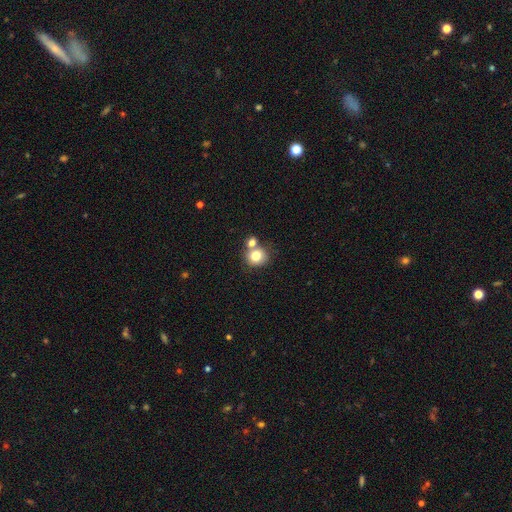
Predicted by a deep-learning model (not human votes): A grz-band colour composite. It shows a smooth galaxy with no disk features (78%) that is round (81%). Merging: none (52%).